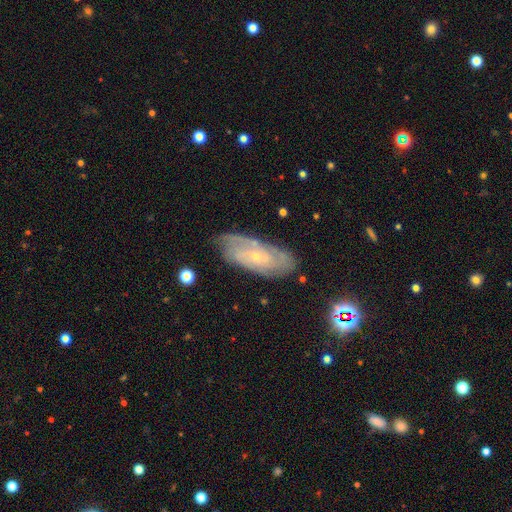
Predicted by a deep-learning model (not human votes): This is likely a featured or disk galaxy (76%). It is clearly not viewed edge-on (91%). Bar: likely no (71%). Spiral arm pattern: clearly yes (90%). Spiral arm count: possibly can't tell (47%). Spiral winding: likely tight (67%). Central bulge: clearly small (81%). Merging: likely none (74%).